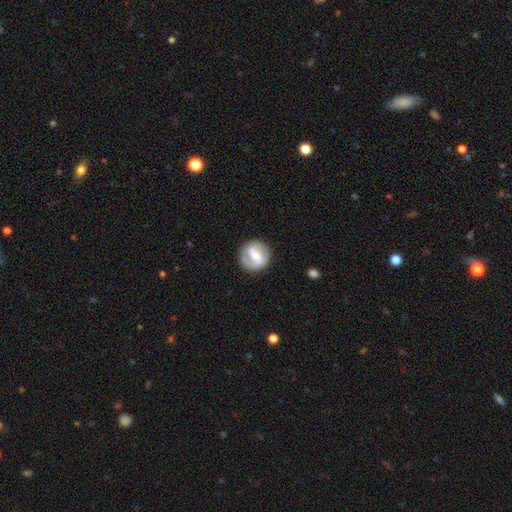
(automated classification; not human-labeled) Overall: featured or disk (65%; smooth 29%). Edge-on disk: no (97%). Bar: strong (44%; weak 40%). Spiral arms: yes (74%). Bulge size: moderate (48%; small 40%). Merging: none (82%).